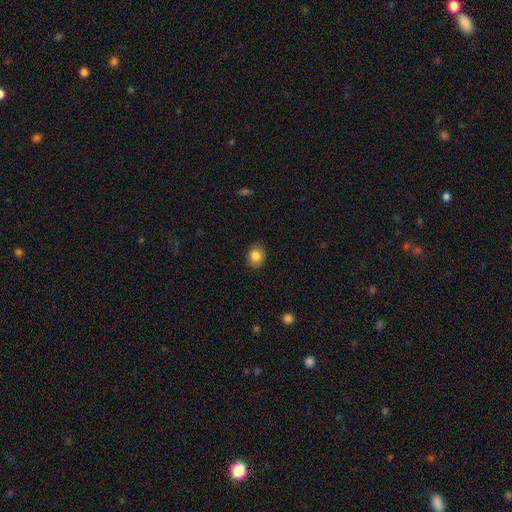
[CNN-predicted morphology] type=smooth (84%); roundness=round (55%); merging=none (88%).